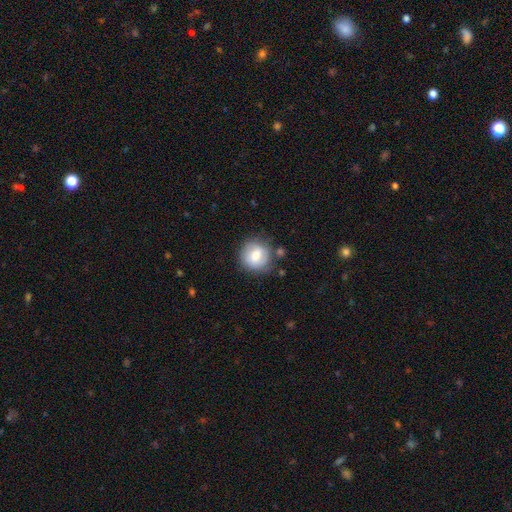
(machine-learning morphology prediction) smooth-or-featured: smooth: 72% | featured or disk: 21% | star or artifact: 7%
  how-rounded: round: 85% | in between: 14% | cigar-shaped: 1%
  merging: none: 70% | minor disturbance: 19% | major disturbance: 6% | merger: 5%